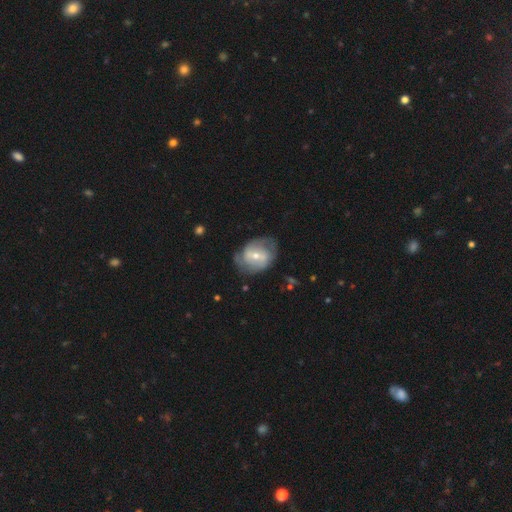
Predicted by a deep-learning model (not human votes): Smooth or featured?
  - featured or disk: 68% *
  - smooth: 26%
  - star or artifact: 6%
Edge-on disk?
  - no: 96% *
  - yes: 4%
Bar?
  - weak: 47% *
  - no: 27%
  - strong: 26%
Spiral arms?
  - yes: 76% *
  - no: 24%
Bulge size?
  - moderate: 48% *
  - small: 47%
  - large: 2%
  - none: 1%
  - dominant: 1%
Merging?
  - none: 62% *
  - minor disturbance: 24%
  - major disturbance: 12%
  - merger: 2%